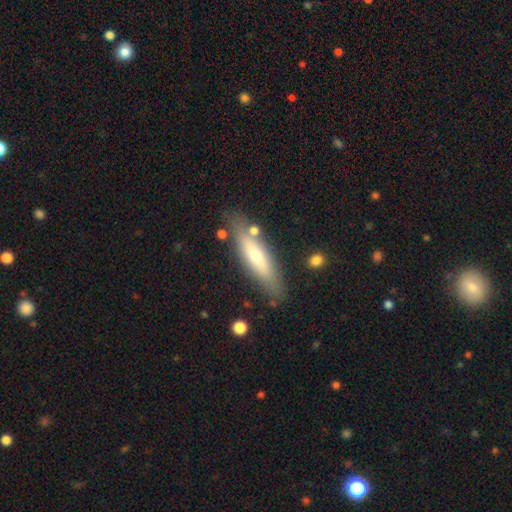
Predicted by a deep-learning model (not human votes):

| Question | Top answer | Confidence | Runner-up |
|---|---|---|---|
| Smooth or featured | smooth | 59% | featured or disk (35%) |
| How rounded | cigar-shaped | 71% | in between (27%) |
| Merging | none | 78% | minor disturbance (13%) |